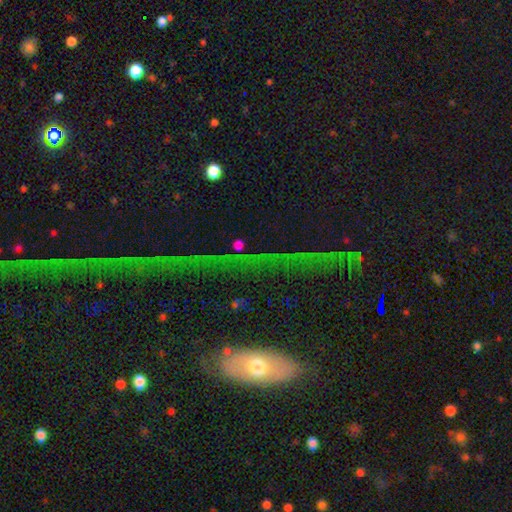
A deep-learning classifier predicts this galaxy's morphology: Q: Smooth or featured?
A: star or artifact (43%); runner-up: featured or disk (34%)